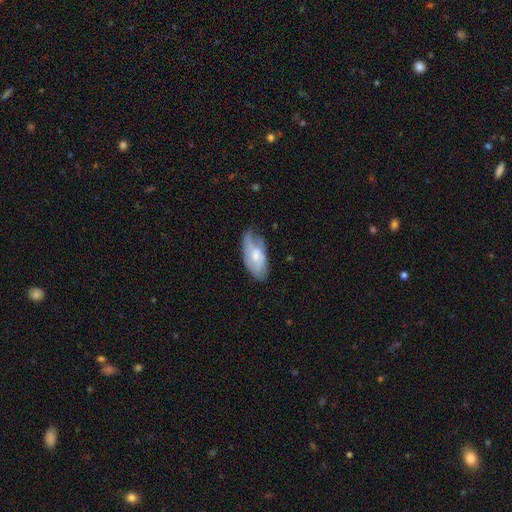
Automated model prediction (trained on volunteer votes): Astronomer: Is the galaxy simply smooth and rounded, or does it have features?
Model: smooth — 57% (runner-up: featured or disk, 37%).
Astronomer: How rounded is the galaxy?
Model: in between — 91%.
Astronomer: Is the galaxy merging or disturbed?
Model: none — 46% (runner-up: minor disturbance, 37%).